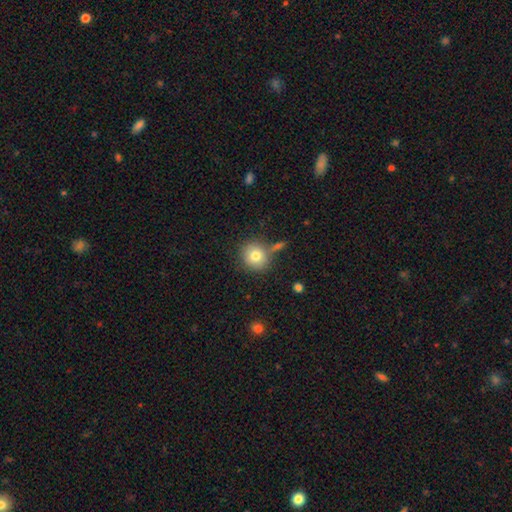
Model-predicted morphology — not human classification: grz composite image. It shows a smooth galaxy with no disk features (79%) that is round (89%). Merging: none (73%).